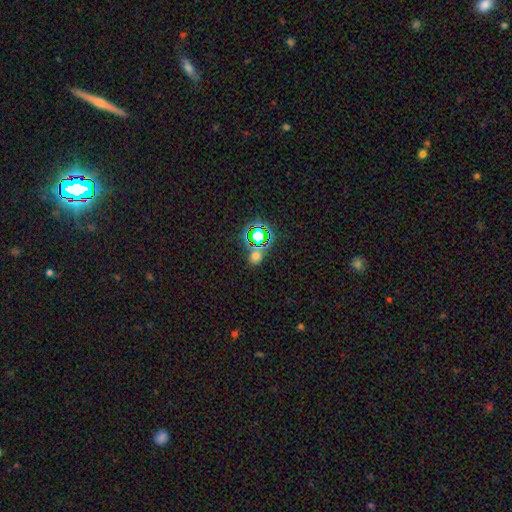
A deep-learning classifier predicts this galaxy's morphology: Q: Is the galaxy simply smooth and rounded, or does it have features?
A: smooth — 51%.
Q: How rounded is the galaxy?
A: round — 61%.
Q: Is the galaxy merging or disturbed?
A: none — 67%.